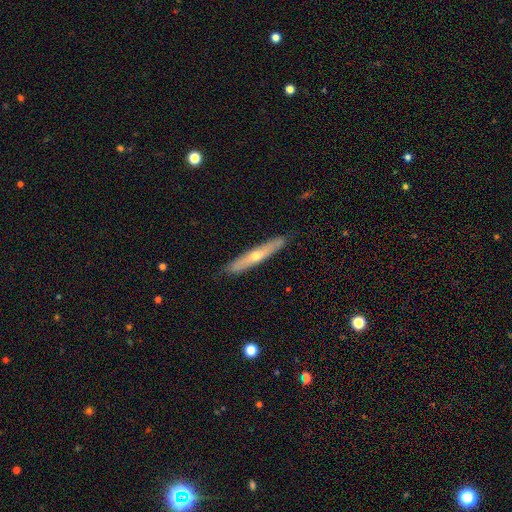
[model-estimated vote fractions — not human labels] A featured or disk galaxy (55%) viewed edge-on (88%). Merging: none (88%).